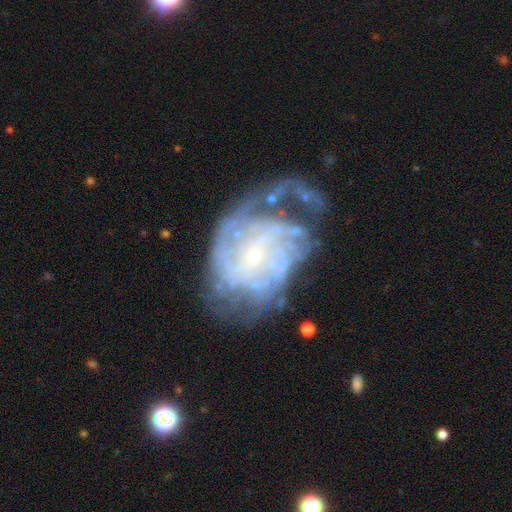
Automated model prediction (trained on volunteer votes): The model was most divided on "merging": none: 38%, major disturbance: 35%, minor disturbance: 23%, merger: 5%. Remaining: edge-on disk — no (97%); spiral arms — yes (83%); smooth or featured — featured or disk (81%); bulge size — small (78%); bar — no (66%); spiral winding — tight (50%); spiral arm count — can't tell (50%).